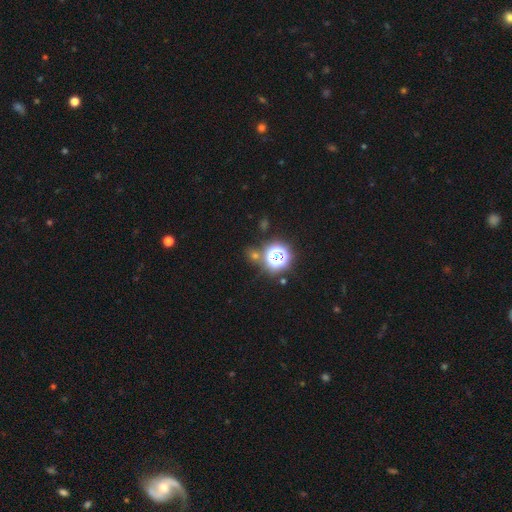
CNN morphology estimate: This appears to be a star or artifact, not a galaxy (58%).